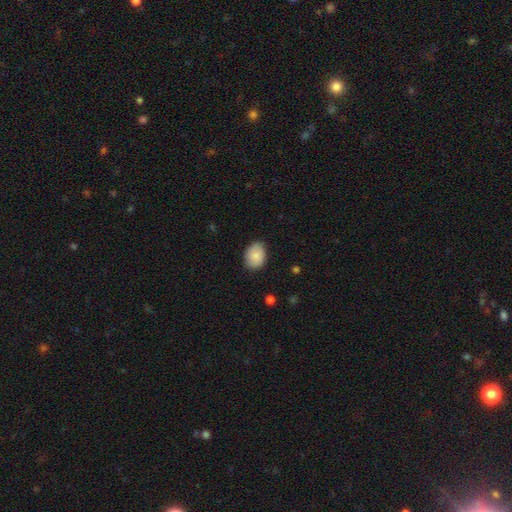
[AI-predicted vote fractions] smooth-or-featured: smooth: 84% | featured or disk: 9% | star or artifact: 7%
  how-rounded: in between: 66% | round: 33% | cigar-shaped: 1%
  merging: none: 80% | minor disturbance: 16% | major disturbance: 3% | merger: 1%